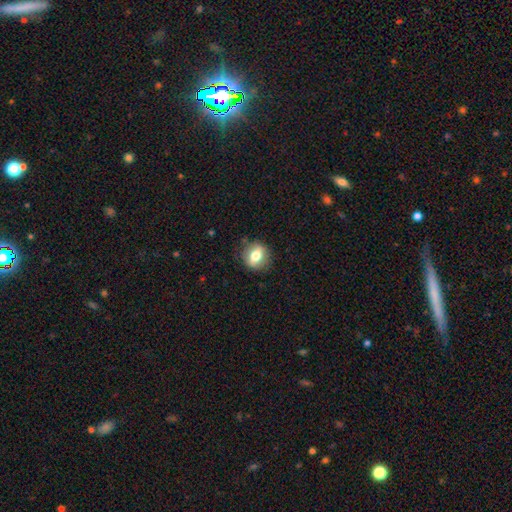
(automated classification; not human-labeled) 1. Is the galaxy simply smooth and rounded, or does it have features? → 66% smooth, 25% featured or disk, 9% star or artifact.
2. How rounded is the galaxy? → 67% round, 31% in between, 2% cigar-shaped.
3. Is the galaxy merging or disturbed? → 84% none, 11% minor disturbance, 3% major disturbance, 1% merger.